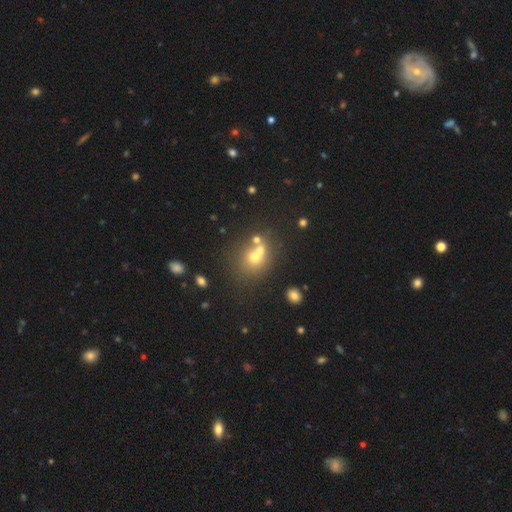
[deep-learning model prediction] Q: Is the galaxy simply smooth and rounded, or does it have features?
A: smooth — 55%.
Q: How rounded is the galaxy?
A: round — 66%.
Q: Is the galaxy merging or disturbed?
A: none — 46%.